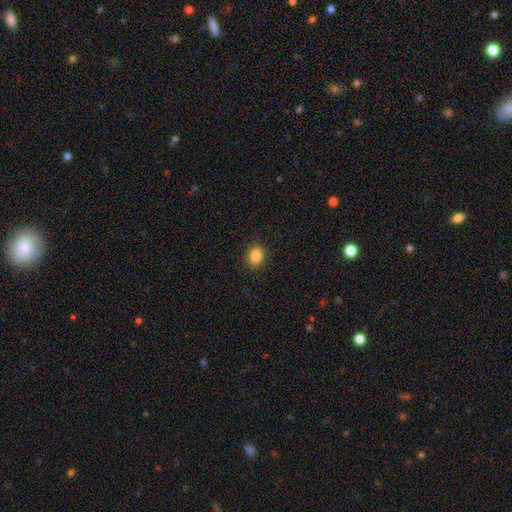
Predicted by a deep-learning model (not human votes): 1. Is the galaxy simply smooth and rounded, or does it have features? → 86% smooth, 10% star or artifact, 4% featured or disk.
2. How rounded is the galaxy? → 54% round, 45% in between, 1% cigar-shaped.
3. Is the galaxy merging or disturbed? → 88% none, 9% minor disturbance, 2% major disturbance, 1% merger.